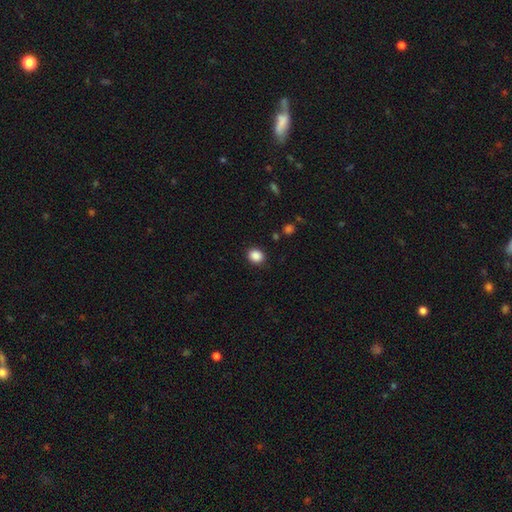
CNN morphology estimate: The model was most divided on "how rounded": round: 62%, in between: 37%, cigar-shaped: 1%. More confident: merging — none (88%); smooth or featured — smooth (88%).